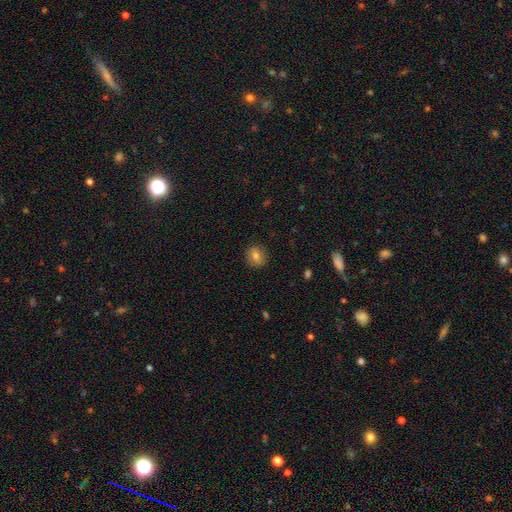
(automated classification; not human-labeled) Smooth or featured?
  - smooth: 74% *
  - featured or disk: 15%
  - star or artifact: 11%
How rounded?
  - round: 81% *
  - in between: 18%
  - cigar-shaped: 1%
Merging?
  - none: 89% *
  - minor disturbance: 8%
  - major disturbance: 2%
  - merger: 1%